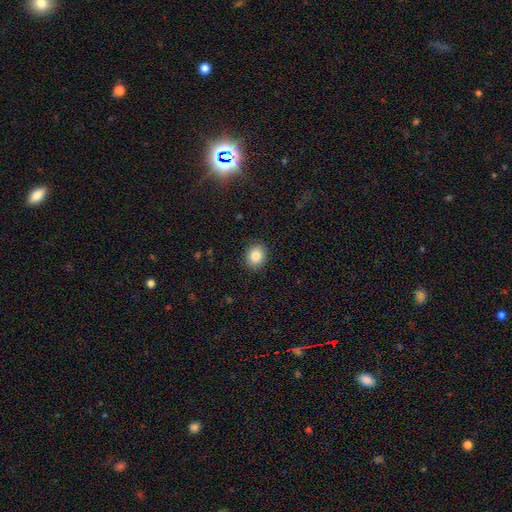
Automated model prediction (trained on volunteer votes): Smooth or featured: smooth — 85% (star or artifact — 9%)
How rounded: round — 63% (in between — 36%)
Merging: none — 89% (minor disturbance — 8%)